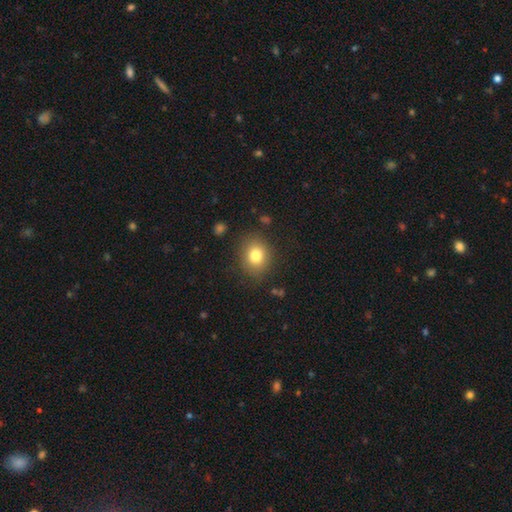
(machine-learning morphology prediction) A smooth galaxy with no disk features (79%) that is round (68%).

Vote fractions:
- Smooth or featured? smooth: 79% / star or artifact: 11% / featured or disk: 10%
- How rounded? round: 68% / in between: 31% / cigar-shaped: 1%
- Merging? none: 84% / minor disturbance: 11% / major disturbance: 4% / merger: 2%